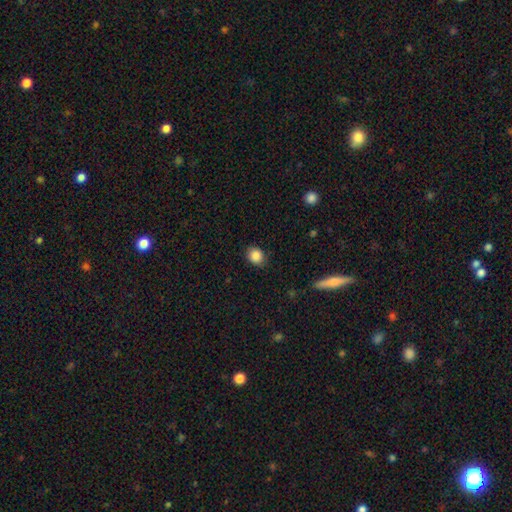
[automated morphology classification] smooth-or-featured: smooth: 87% | star or artifact: 9% | featured or disk: 4%
  how-rounded: round: 65% | in between: 34% | cigar-shaped: 1%
  merging: none: 86% | minor disturbance: 10% | major disturbance: 3% | merger: 1%